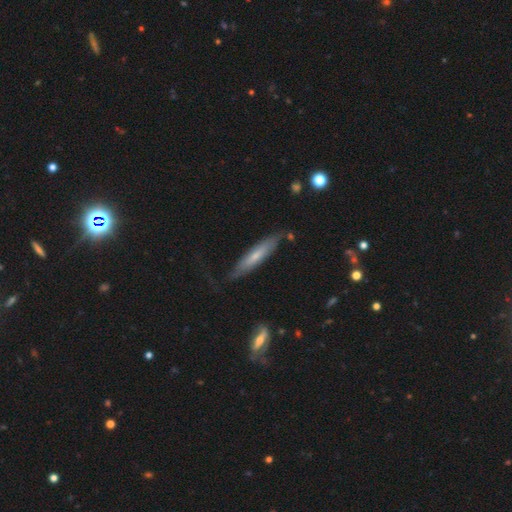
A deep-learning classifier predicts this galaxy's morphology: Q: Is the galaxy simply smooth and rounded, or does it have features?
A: smooth — 50%.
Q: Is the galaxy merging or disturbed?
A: none — 70%.